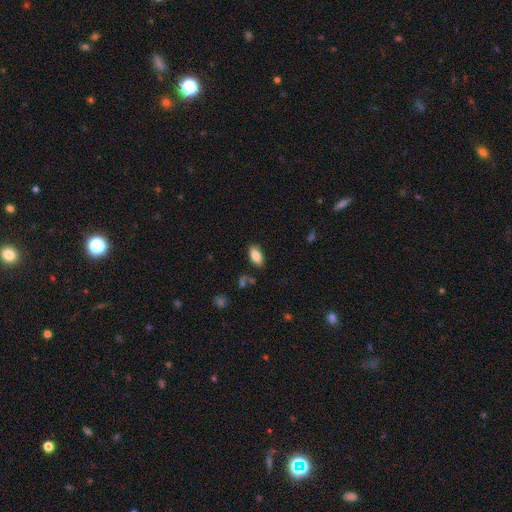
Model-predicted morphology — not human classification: type=smooth (85%); roundness=in between (91%); merging=none (85%).